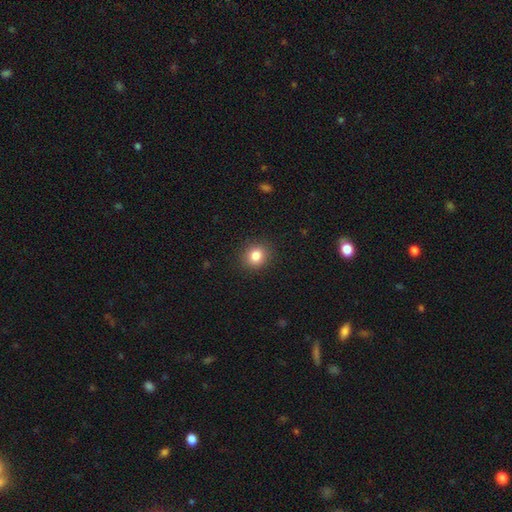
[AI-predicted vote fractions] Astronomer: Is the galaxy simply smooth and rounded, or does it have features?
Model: smooth — 83%.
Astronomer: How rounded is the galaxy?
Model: round — 84%.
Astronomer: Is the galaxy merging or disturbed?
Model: none — 90%.